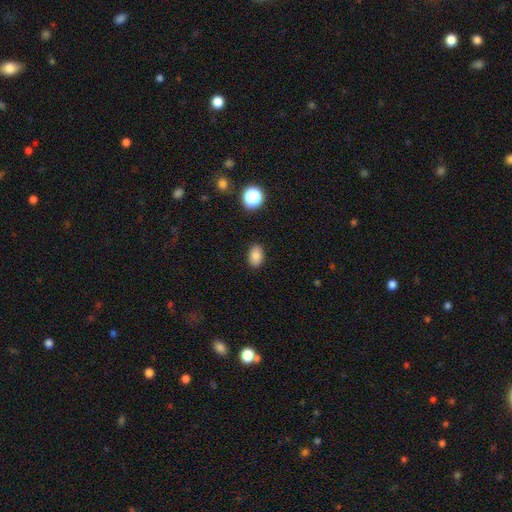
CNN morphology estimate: Smooth or featured?
  - smooth: 85% *
  - star or artifact: 10%
  - featured or disk: 5%
How rounded?
  - in between: 85% *
  - round: 14%
  - cigar-shaped: 1%
Merging?
  - none: 88% *
  - minor disturbance: 9%
  - major disturbance: 2%
  - merger: 1%